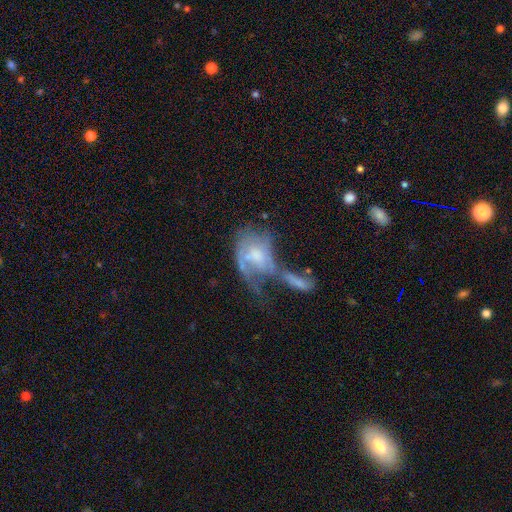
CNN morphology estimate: type=featured or disk (59%); edge-on=no (95%); bar=no (74%); spiral arms=no (50%, tied with yes); bulge=moderate (36%); merging=merger (48%).